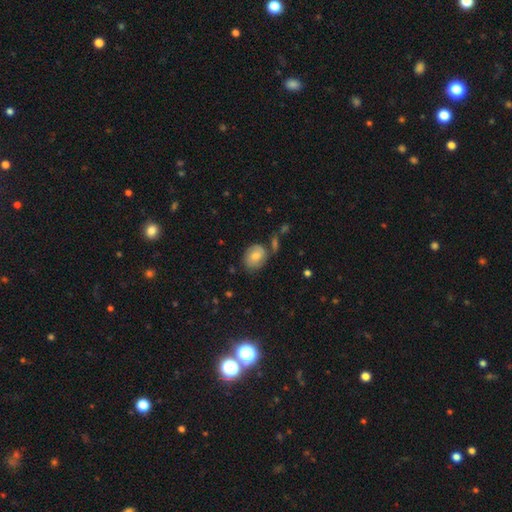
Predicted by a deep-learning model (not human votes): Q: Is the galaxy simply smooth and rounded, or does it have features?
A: smooth — 66%.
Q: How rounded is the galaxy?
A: in between — 57%.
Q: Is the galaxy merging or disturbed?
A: none — 59%.